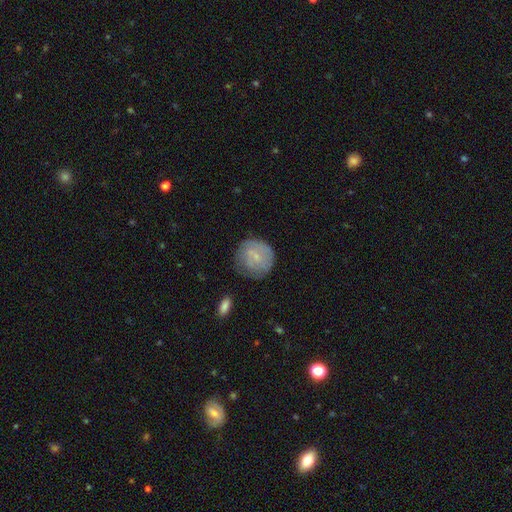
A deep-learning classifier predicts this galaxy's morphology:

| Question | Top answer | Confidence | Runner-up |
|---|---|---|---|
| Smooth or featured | smooth | 52% | featured or disk (41%) |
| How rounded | round | 90% | in between (9%) |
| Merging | none | 66% | minor disturbance (23%) |